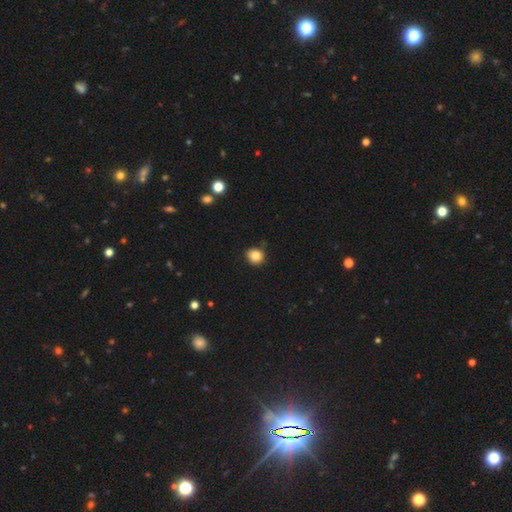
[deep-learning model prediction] Smooth or featured? Predicted: smooth (p=0.84). How rounded? Predicted: round (p=0.86). Merging? Predicted: none (p=0.84).